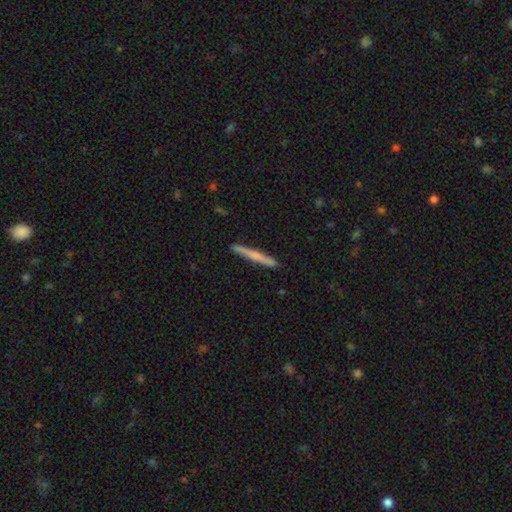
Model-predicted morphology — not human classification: Smooth or featured? smooth (54%)
How rounded? cigar-shaped (96%)
Merging? none (91%)